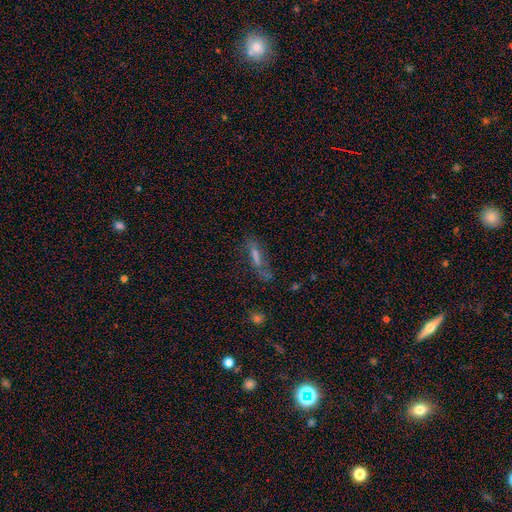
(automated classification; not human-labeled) smooth 43%, featured or disk 39%, star or artifact 18%. Down the decision tree: merging — none (57%).